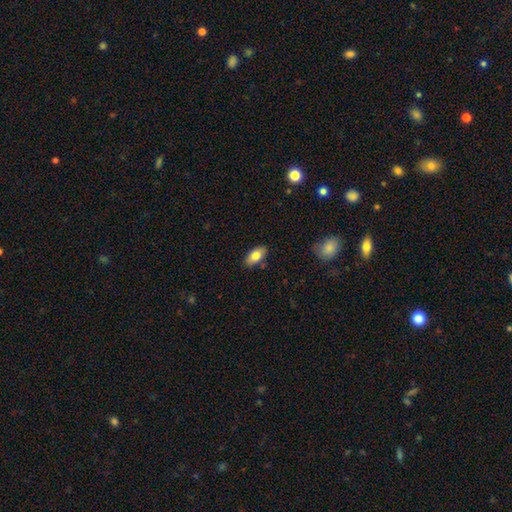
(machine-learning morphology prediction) Overall: smooth (79%). How rounded: in between (91%). Merging: none (85%).